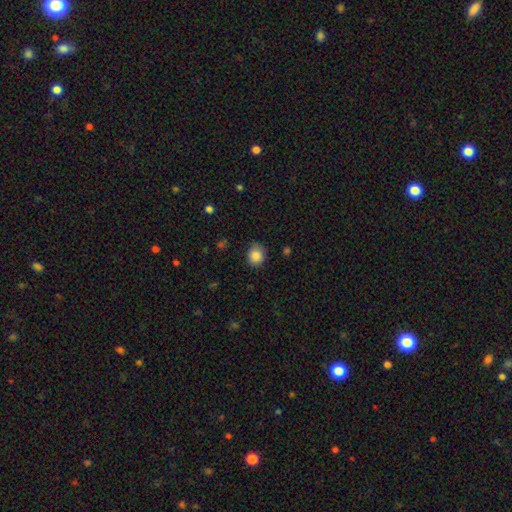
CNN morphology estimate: smooth_or_featured: smooth (p=0.85) [alt: star or artifact p=0.10]
how_rounded: round (p=0.84) [alt: in between p=0.15]
merging: none (p=0.81) [alt: minor disturbance p=0.15]